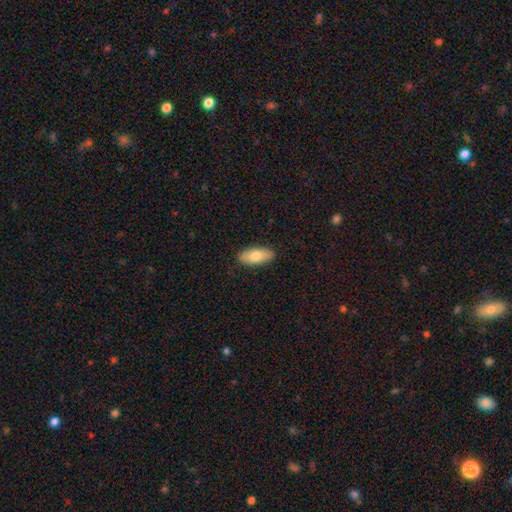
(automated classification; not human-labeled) This is likely a smooth galaxy (78%). How rounded: clearly in between (87%). Merging: clearly none (88%).